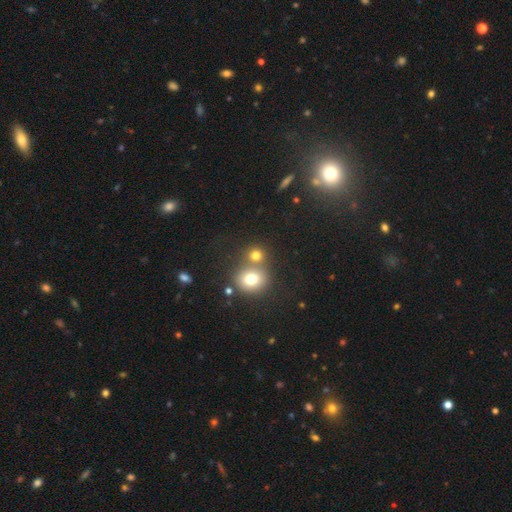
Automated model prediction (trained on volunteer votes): Smooth or featured? Predicted: smooth (p=0.75). How rounded? Predicted: round (p=0.81). Merging? Predicted: none (p=0.52).